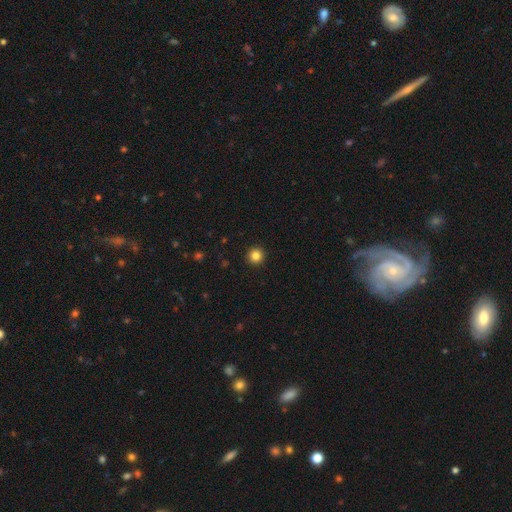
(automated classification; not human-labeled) smooth_or_featured: smooth (p=0.84) [alt: star or artifact p=0.11]
how_rounded: round (p=0.95) [alt: in between p=0.04]
merging: none (p=0.93) [alt: minor disturbance p=0.04]